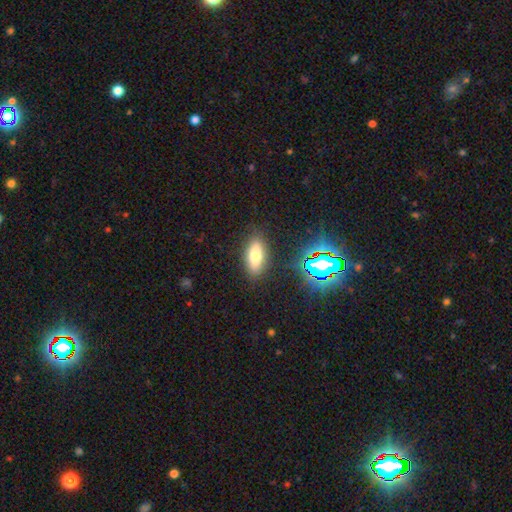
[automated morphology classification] Smooth or featured? Predicted: smooth (p=0.70). How rounded? Predicted: in between (p=0.82). Merging? Predicted: none (p=0.85).